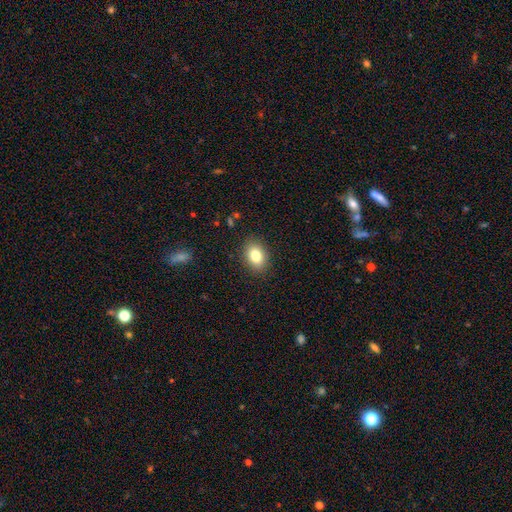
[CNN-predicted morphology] Smooth or featured?
  - smooth: 81% *
  - star or artifact: 9%
  - featured or disk: 9%
How rounded?
  - in between: 72% *
  - round: 27%
  - cigar-shaped: 1%
Merging?
  - none: 88% *
  - minor disturbance: 9%
  - major disturbance: 3%
  - merger: 1%